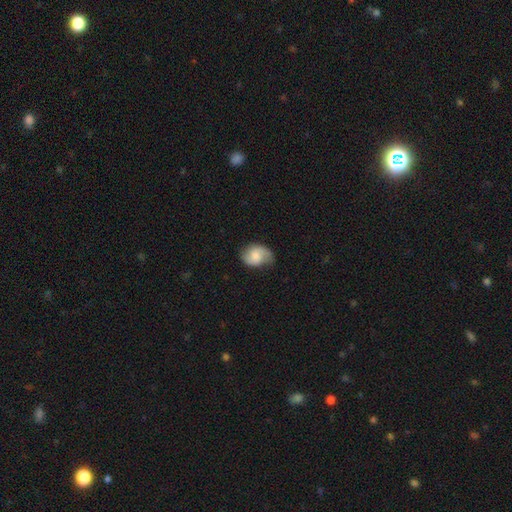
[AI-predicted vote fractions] A smooth galaxy with no disk features (52%) that is in between round and cigar-shaped (65%).

Vote fractions:
- Smooth or featured? smooth: 52% / featured or disk: 41% / star or artifact: 8%
- How rounded? in between: 65% / round: 34% / cigar-shaped: 1%
- Merging? none: 60% / minor disturbance: 29% / major disturbance: 9% / merger: 1%